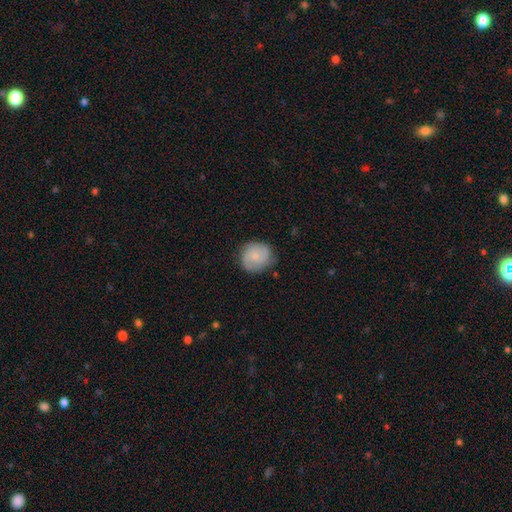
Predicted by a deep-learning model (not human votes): Smooth or featured: featured or disk — 51% (smooth — 42%)
Edge-on disk: no — 98% (yes — 2%)
Merging: none — 80% (minor disturbance — 15%)